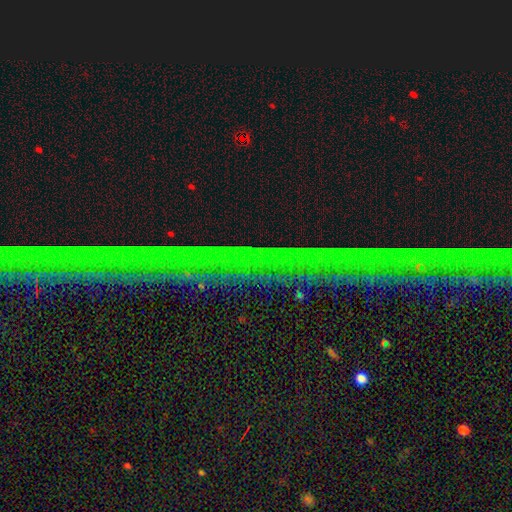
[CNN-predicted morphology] The model was most divided on "smooth or featured": star or artifact: 82%, featured or disk: 10%, smooth: 8%.